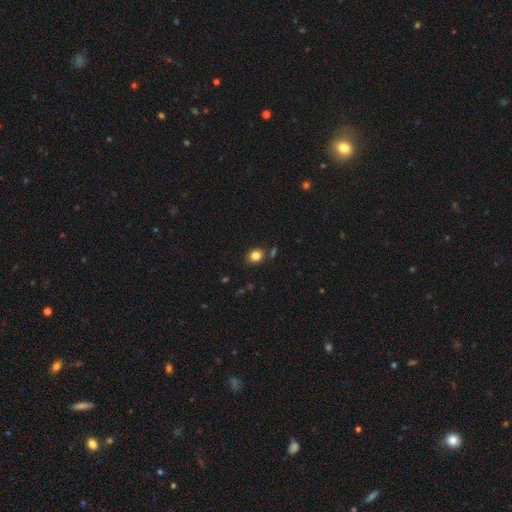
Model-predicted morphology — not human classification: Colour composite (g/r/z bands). It shows a smooth galaxy with no disk features (83%) that is round (58%). Merging: none (82%).